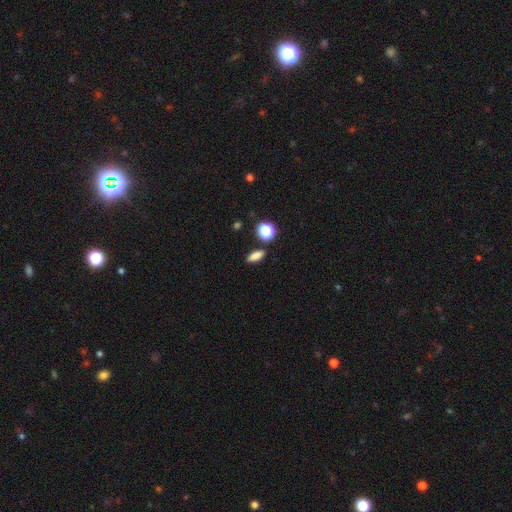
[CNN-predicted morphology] Smooth or featured: smooth — 81% (star or artifact — 11%)
How rounded: in between — 65% (cigar-shaped — 24%)
Merging: none — 83% (minor disturbance — 10%)